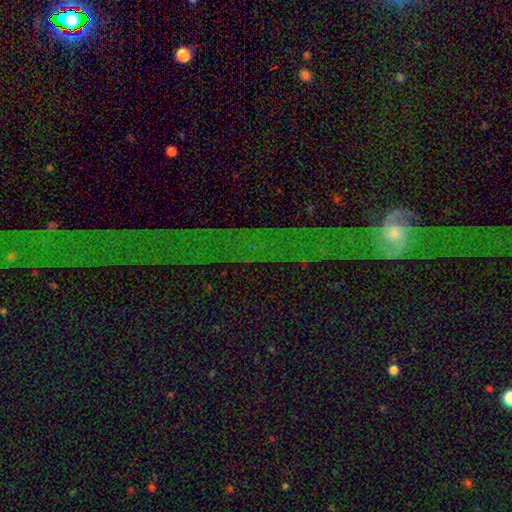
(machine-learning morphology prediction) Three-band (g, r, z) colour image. It shows a star or artifact, not a galaxy (63%).